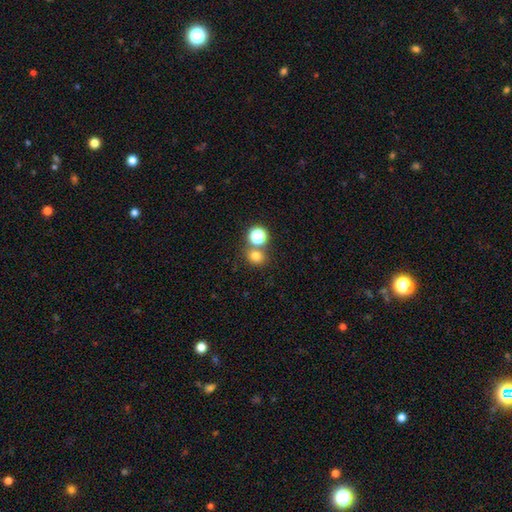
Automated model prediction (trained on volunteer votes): Q: Smooth or featured?
A: smooth (74%); runner-up: star or artifact (19%)
Q: How rounded?
A: round (81%); runner-up: in between (18%)
Q: Merging?
A: none (67%); runner-up: merger (22%)